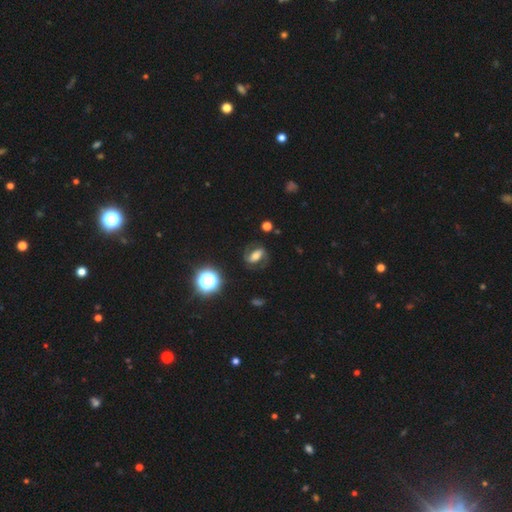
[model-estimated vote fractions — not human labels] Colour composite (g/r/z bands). It shows a featured or disk galaxy (67%) with a strong bar (41%), 2 (89%) medium (51%) spiral arms (90%) and a moderate central bulge (47%). Merging: none (75%).